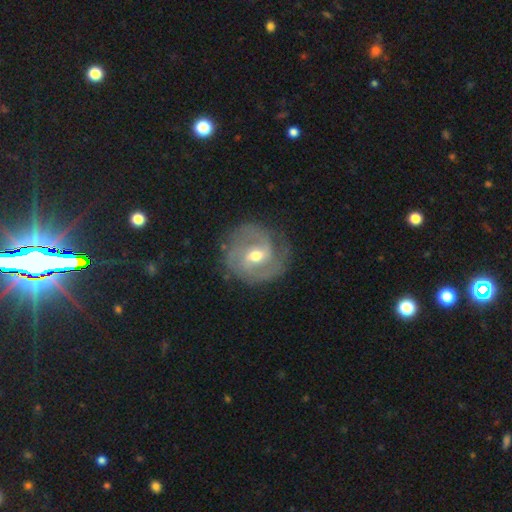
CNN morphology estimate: A featured or disk galaxy (83%) with a weak bar (57%), 2 (67%) medium (45%) spiral arms (93%) and a moderate central bulge (71%). Merging: none (75%).